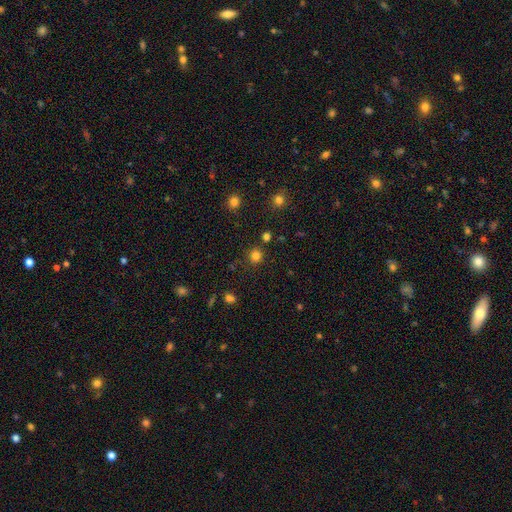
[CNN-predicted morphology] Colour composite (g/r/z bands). It shows a smooth galaxy with no disk features (81%) that is round (92%). Merging: none (86%).